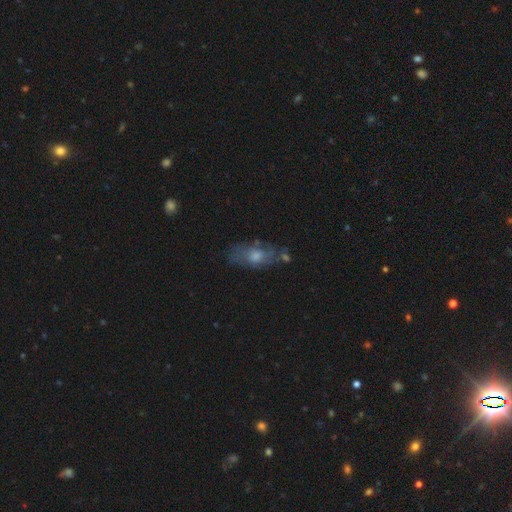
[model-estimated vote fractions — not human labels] Morphology: type=featured or disk (45%); merging=none (61%).